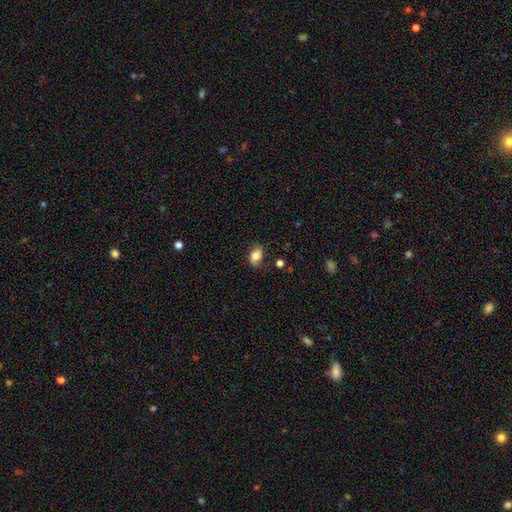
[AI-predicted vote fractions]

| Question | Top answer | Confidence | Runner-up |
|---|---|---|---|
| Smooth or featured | smooth | 75% | featured or disk (17%) |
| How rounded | in between | 85% | round (13%) |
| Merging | none | 74% | minor disturbance (19%) |